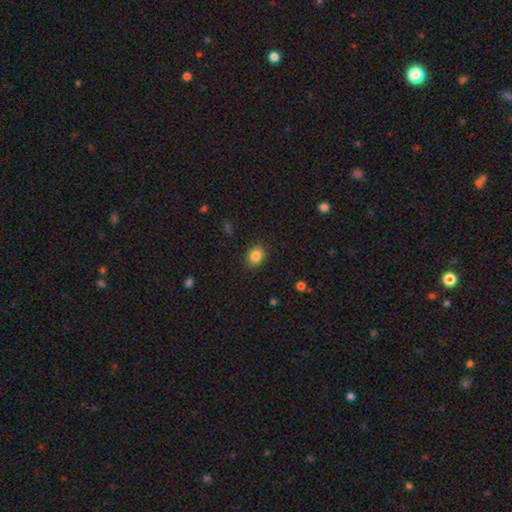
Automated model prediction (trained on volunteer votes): Smooth or featured: smooth — 85% (star or artifact — 10%)
How rounded: round — 58% (in between — 42%)
Merging: none — 88% (minor disturbance — 8%)